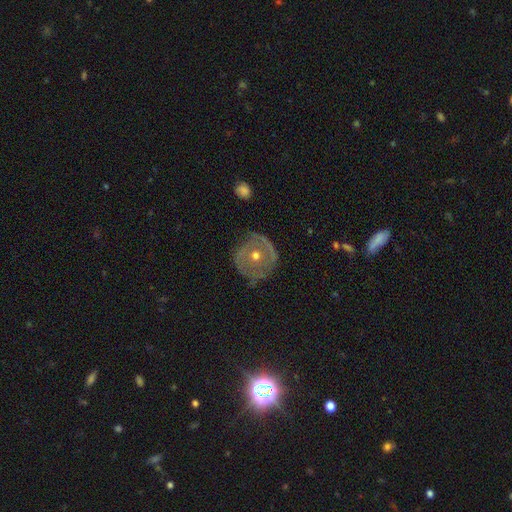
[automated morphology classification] The model was most divided on "spiral arms": no: 51%, yes: 49%. More confident: edge-on disk — no (95%); bar — no (86%); merging — none (68%); bulge size — moderate (67%); smooth or featured — featured or disk (66%).